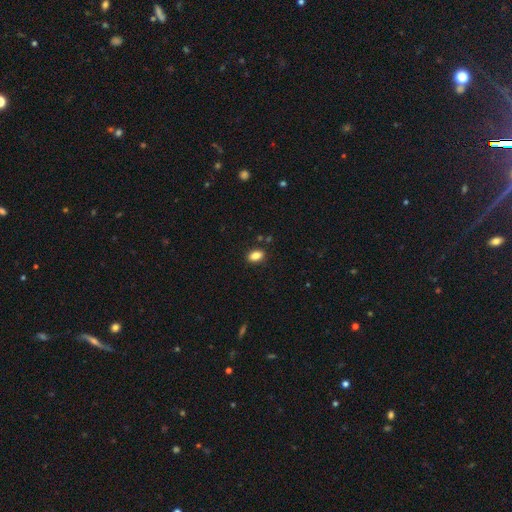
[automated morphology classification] Smooth or featured? Predicted: smooth (p=0.86). How rounded? Predicted: in between (p=0.88). Merging? Predicted: none (p=0.87).